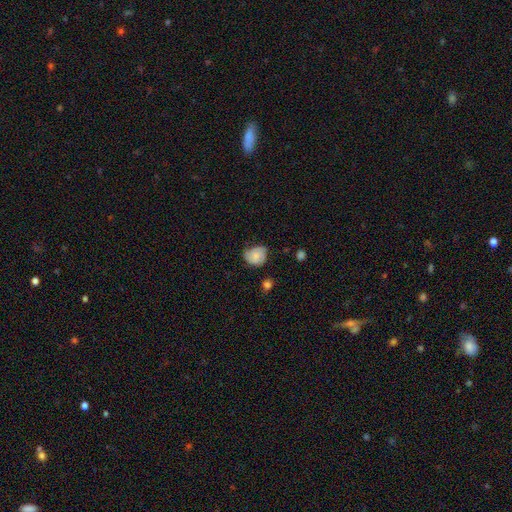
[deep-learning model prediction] A smooth galaxy with no disk features (56%) that is round (65%). Merging: none (54%).